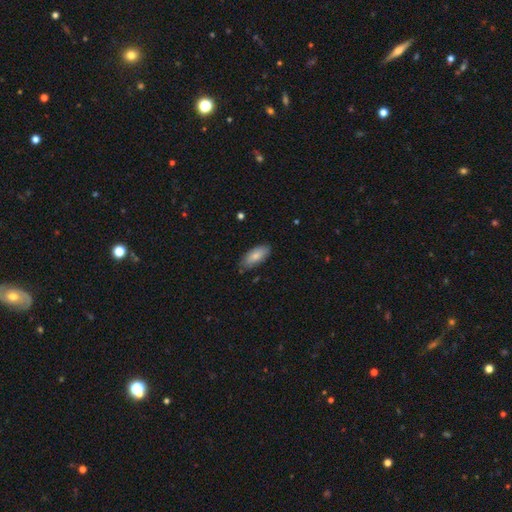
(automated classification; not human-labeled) Smooth or featured? Predicted: smooth (p=0.81). How rounded? Predicted: in between (p=0.85). Merging? Predicted: none (p=0.80).